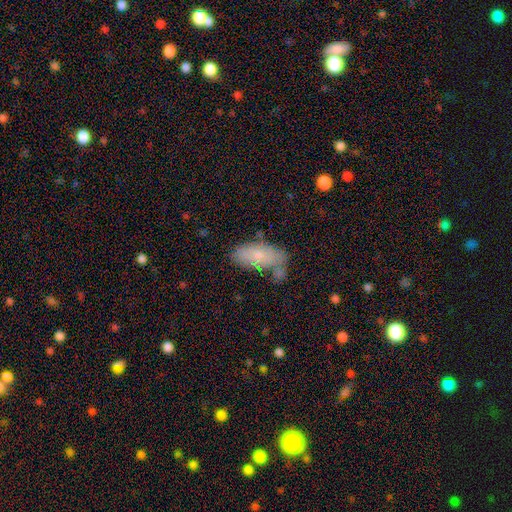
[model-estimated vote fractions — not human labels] Overall: smooth (74%). How rounded: in between (91%). Merging: none (56%; minor disturbance 23%).